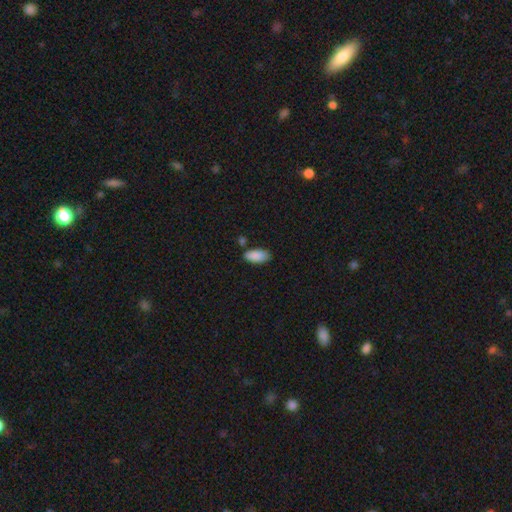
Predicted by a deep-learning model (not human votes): A smooth galaxy with no disk features (89%) that is in between round and cigar-shaped (90%).

Vote fractions:
- Smooth or featured? smooth: 89% / star or artifact: 7% / featured or disk: 4%
- How rounded? in between: 90% / cigar-shaped: 8% / round: 2%
- Merging? none: 71% / minor disturbance: 19% / merger: 7% / major disturbance: 4%